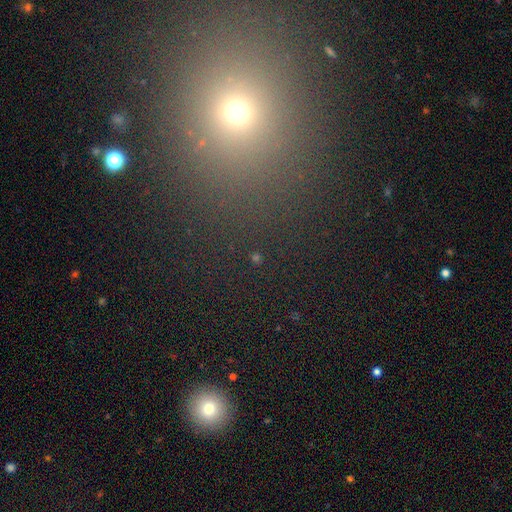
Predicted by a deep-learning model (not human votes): Smooth or featured? Predicted: smooth (p=0.47). Merging? Predicted: none (p=0.86).